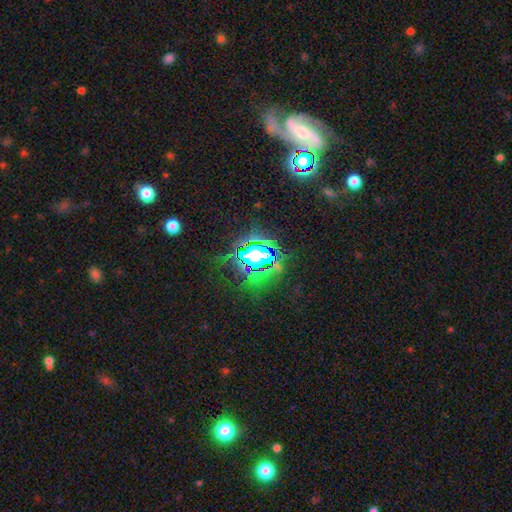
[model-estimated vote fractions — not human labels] smooth_or_featured: star or artifact (p=0.60) [alt: featured or disk p=0.23]